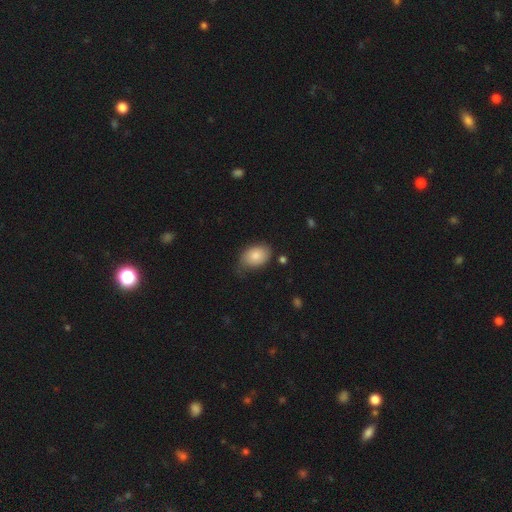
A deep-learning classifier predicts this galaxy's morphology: Smooth or featured? smooth (81%)
How rounded? in between (83%)
Merging? none (57%)